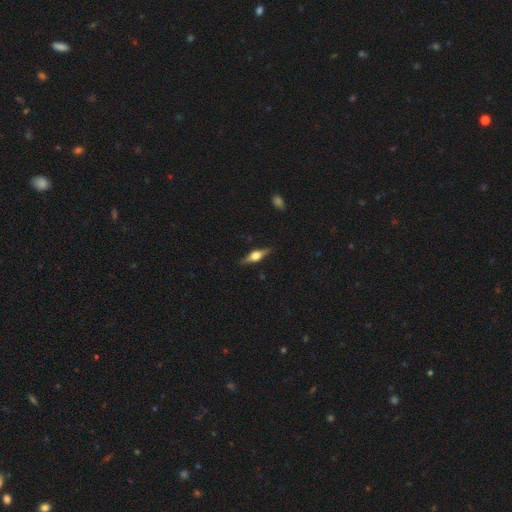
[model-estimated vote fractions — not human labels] This appears to be a featured or disk galaxy (66%) viewed edge-on (96%) with a rounded central bulge (93%). Merging: none (88%).